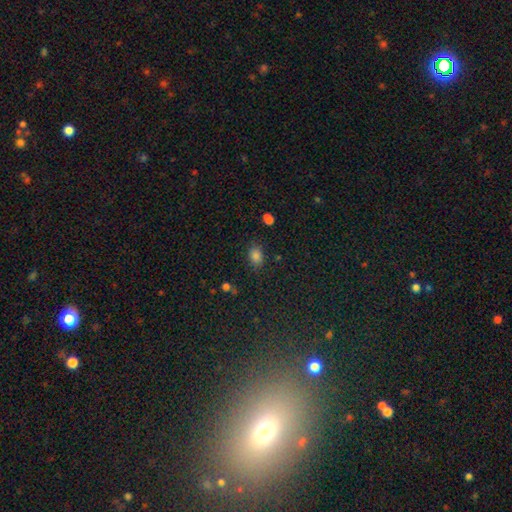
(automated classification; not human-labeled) Smooth or featured? Predicted: smooth (p=0.82). How rounded? Predicted: in between (p=0.72). Merging? Predicted: none (p=0.80).